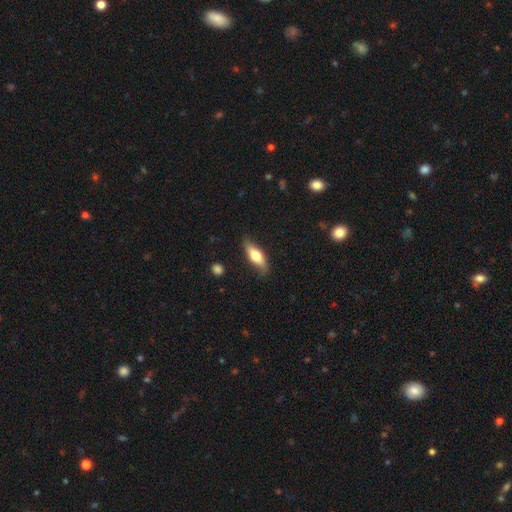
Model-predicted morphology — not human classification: type=smooth (57%); roundness=in between (58%); merging=none (75%).